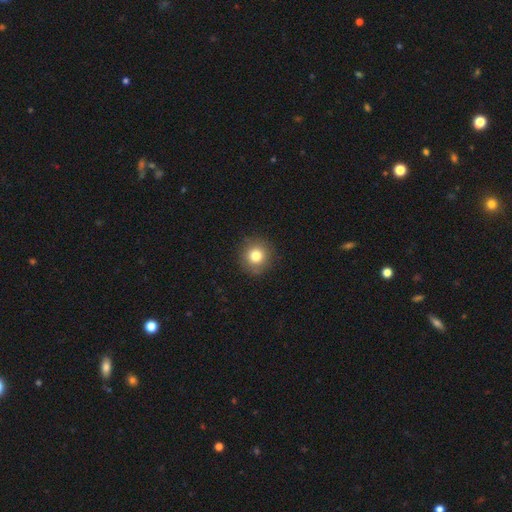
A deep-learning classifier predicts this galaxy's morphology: Smooth or featured? Predicted: smooth (p=0.80). How rounded? Predicted: round (p=0.93). Merging? Predicted: none (p=0.89).